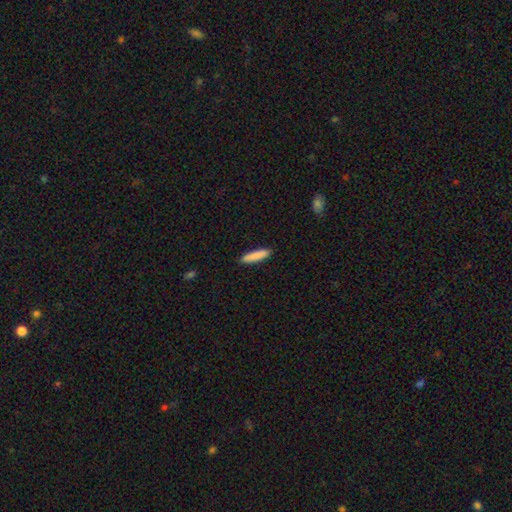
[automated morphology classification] Smooth or featured? smooth (86%)
How rounded? cigar-shaped (82%)
Merging? none (91%)